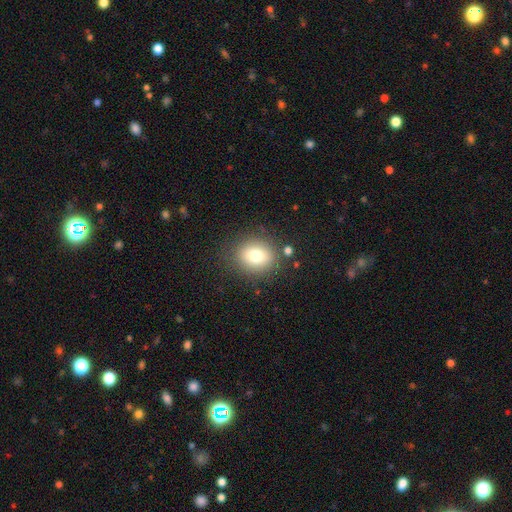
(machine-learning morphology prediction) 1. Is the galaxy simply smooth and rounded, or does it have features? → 75% smooth, 12% featured or disk, 12% star or artifact.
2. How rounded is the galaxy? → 71% round, 28% in between, 1% cigar-shaped.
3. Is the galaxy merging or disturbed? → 82% none, 10% minor disturbance, 4% major disturbance, 3% merger.